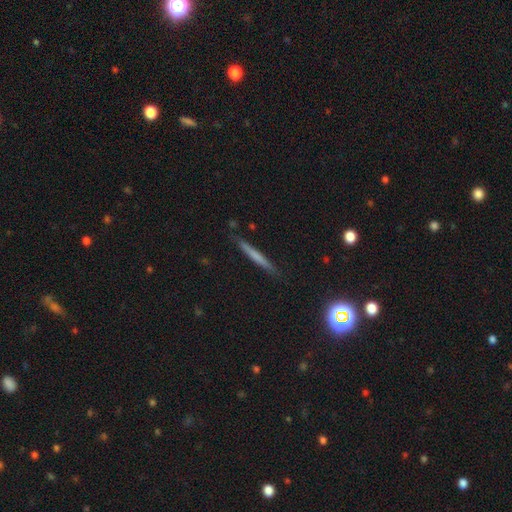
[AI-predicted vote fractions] This is possibly a smooth galaxy (56%). How rounded: clearly cigar-shaped (95%). Merging: clearly none (86%).